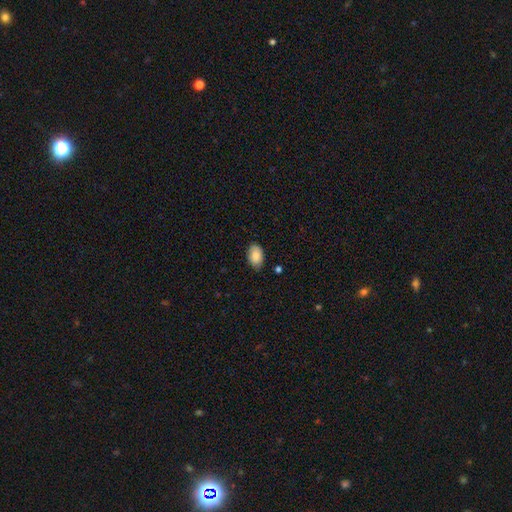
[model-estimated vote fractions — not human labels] Smooth or featured?
  - smooth: 83% *
  - featured or disk: 10%
  - star or artifact: 7%
How rounded?
  - in between: 90% *
  - round: 9%
  - cigar-shaped: 1%
Merging?
  - none: 82% *
  - minor disturbance: 14%
  - major disturbance: 2%
  - merger: 1%